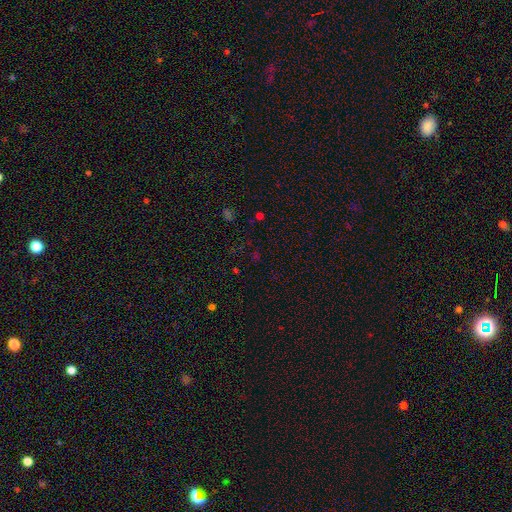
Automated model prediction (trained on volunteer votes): Q: Smooth or featured?
A: star or artifact (62%); runner-up: smooth (30%)